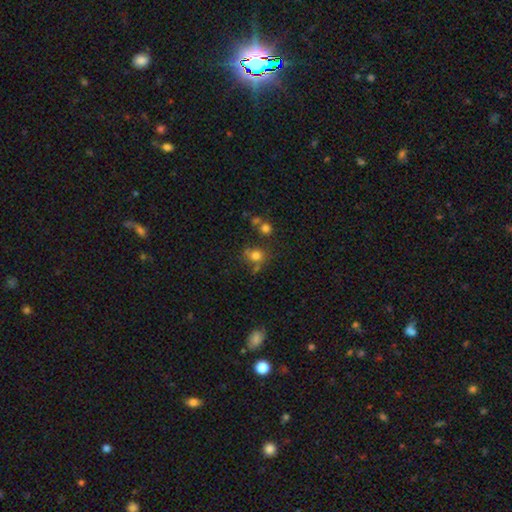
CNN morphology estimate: smooth_or_featured: smooth (p=0.74) [alt: star or artifact p=0.16]
how_rounded: round (p=0.76) [alt: in between p=0.22]
merging: none (p=0.59) [alt: merger p=0.18]